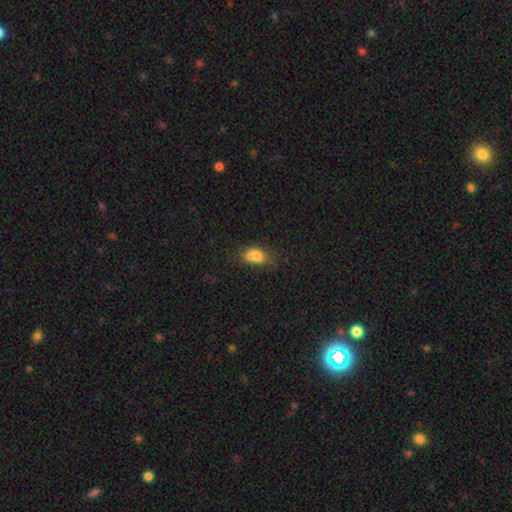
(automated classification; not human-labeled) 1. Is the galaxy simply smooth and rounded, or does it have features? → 74% smooth, 14% featured or disk, 12% star or artifact.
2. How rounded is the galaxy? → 76% in between, 20% round, 3% cigar-shaped.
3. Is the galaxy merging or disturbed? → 36% none, 34% merger, 20% minor disturbance, 10% major disturbance.